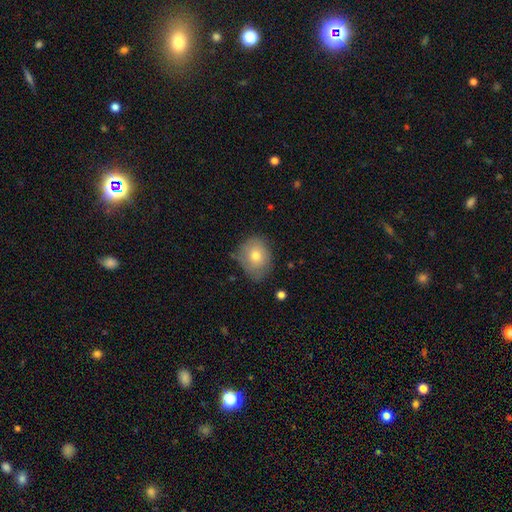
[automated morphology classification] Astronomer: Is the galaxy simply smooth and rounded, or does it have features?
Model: smooth — 72%.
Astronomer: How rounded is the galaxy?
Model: round — 53% (runner-up: in between, 46%).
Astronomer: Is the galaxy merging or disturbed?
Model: none — 64%.